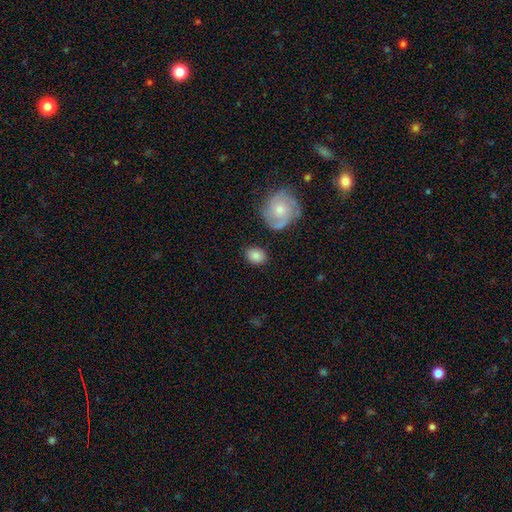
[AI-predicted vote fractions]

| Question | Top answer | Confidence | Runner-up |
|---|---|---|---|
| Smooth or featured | smooth | 82% | featured or disk (12%) |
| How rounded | in between | 66% | round (32%) |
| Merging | none | 81% | minor disturbance (12%) |